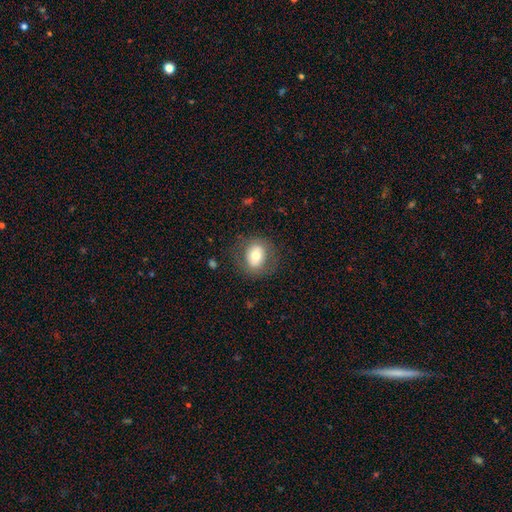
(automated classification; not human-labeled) Smooth or featured: smooth — 68% (featured or disk — 24%)
How rounded: round — 52% (in between — 47%)
Merging: none — 77% (minor disturbance — 14%)